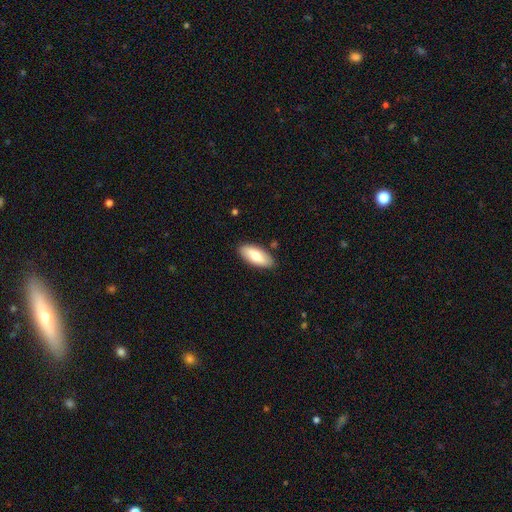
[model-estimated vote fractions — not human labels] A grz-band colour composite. It shows a smooth galaxy with no disk features (75%) that is in between round and cigar-shaped (86%). Merging: none (87%).